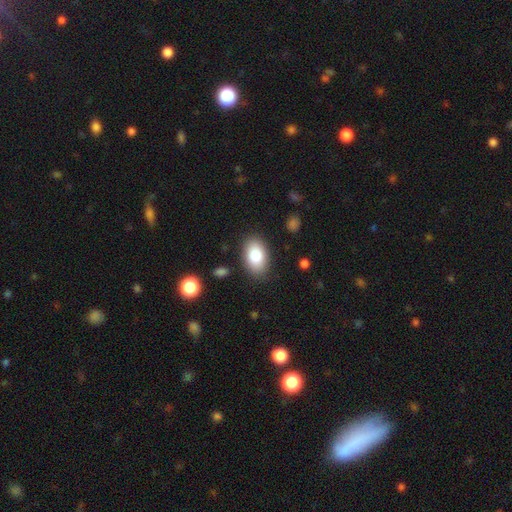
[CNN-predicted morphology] The model was most divided on "smooth or featured": smooth: 81%, featured or disk: 11%, star or artifact: 7%. More confident: how rounded — in between (91%); merging — none (86%).